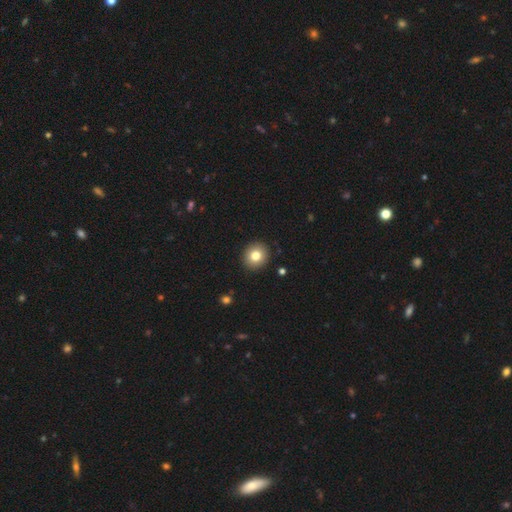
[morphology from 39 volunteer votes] smooth 79%, featured or disk 13%, star or artifact 8%. Down the decision tree: how rounded — round (77%); merging — none (81%).